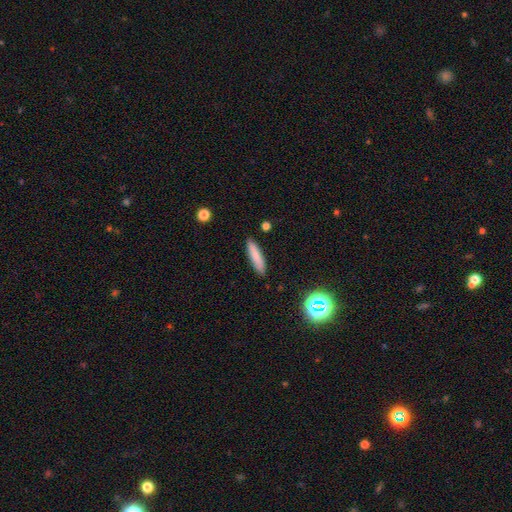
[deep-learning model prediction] Morphology: type=smooth (82%); roundness=cigar-shaped (77%); merging=none (88%).